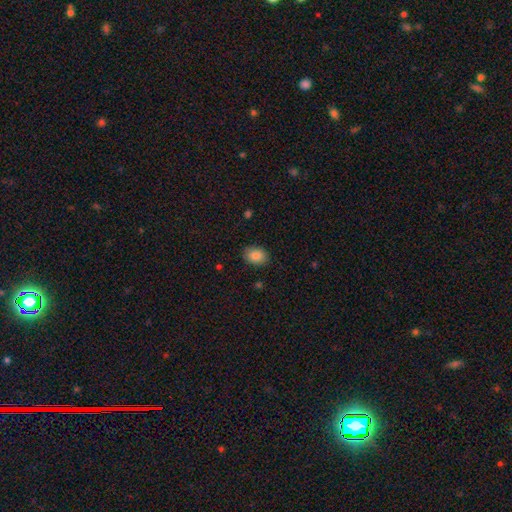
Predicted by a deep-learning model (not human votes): smooth 86%, star or artifact 8%, featured or disk 6%. Down the decision tree: how rounded — in between (70%); merging — none (87%).